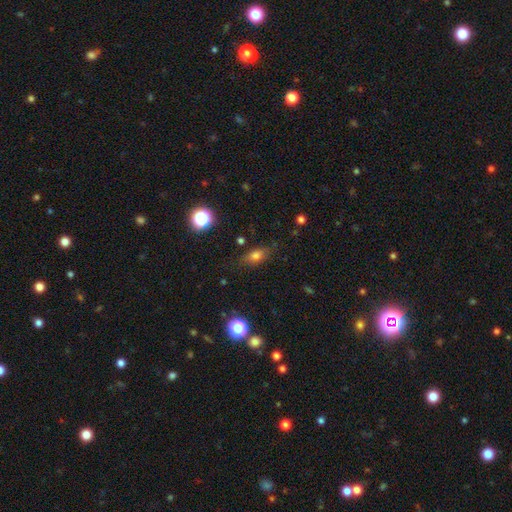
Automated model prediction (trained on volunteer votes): A smooth galaxy with no disk features (71%) that is in between round and cigar-shaped (74%).

Vote fractions:
- Smooth or featured? smooth: 71% / featured or disk: 15% / star or artifact: 14%
- How rounded? in between: 74% / round: 15% / cigar-shaped: 11%
- Merging? none: 75% / minor disturbance: 18% / major disturbance: 5% / merger: 2%